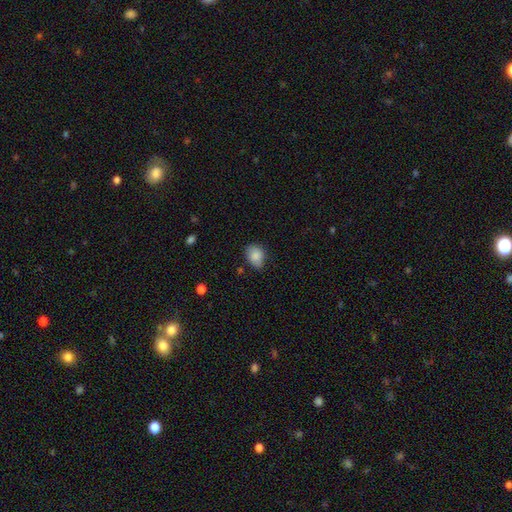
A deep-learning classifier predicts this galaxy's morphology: Q: Smooth or featured?
A: smooth (85%); runner-up: star or artifact (8%)
Q: How rounded?
A: in between (63%); runner-up: round (36%)
Q: Merging?
A: none (67%); runner-up: minor disturbance (27%)